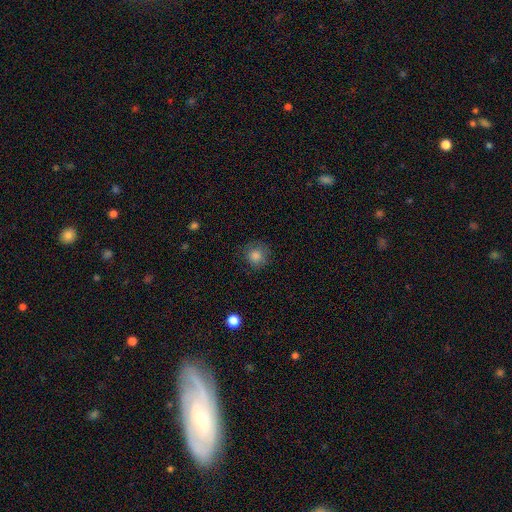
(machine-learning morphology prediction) Overall: smooth (83%). How rounded: round (91%). Merging: none (82%).